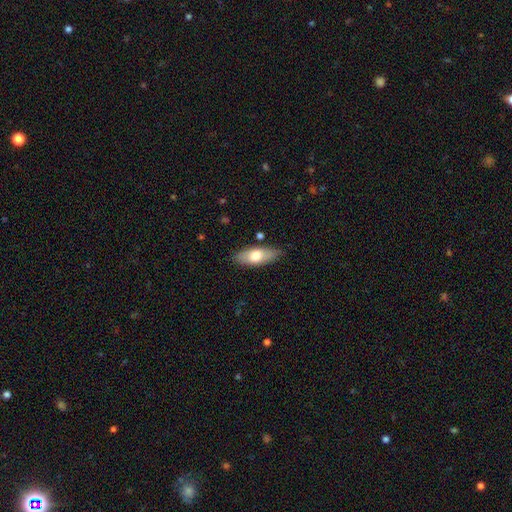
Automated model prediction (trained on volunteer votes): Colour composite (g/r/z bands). It shows a smooth galaxy with no disk features (70%) that is in between round and cigar-shaped (75%). Merging: none (83%).